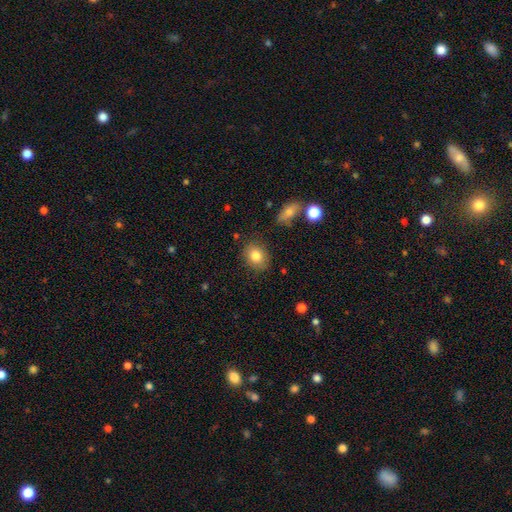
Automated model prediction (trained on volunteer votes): Smooth or featured? smooth (81%)
How rounded? round (51%)
Merging? none (83%)